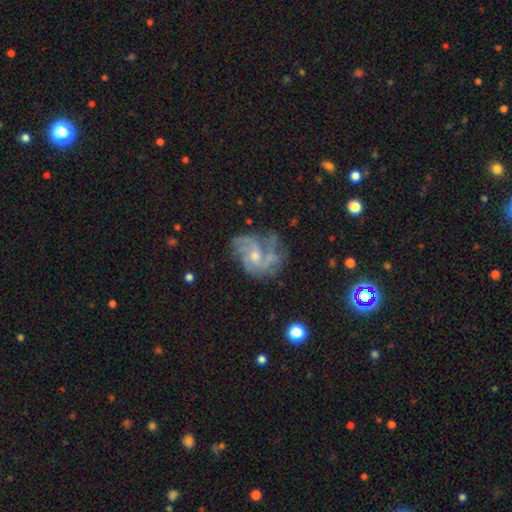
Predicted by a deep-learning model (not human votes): smooth-or-featured: featured or disk: 77% | smooth: 14% | star or artifact: 9%
  disk-edge-on: no: 98% | yes: 2%
    bar: no: 65% | weak: 31% | strong: 5%
    has-spiral-arms: yes: 85% | no: 15%
      spiral-winding: medium: 46% | tight: 31% | loose: 23%
      spiral-arm-count: 3: 31% | can't tell: 28% | 2: 21% | 4: 10% | 1: 5% | more than 4: 5%
    bulge-size: moderate: 49% | small: 42% | none: 5% | large: 3% | dominant: 1%
  merging: none: 48% | minor disturbance: 23% | major disturbance: 22% | merger: 7%